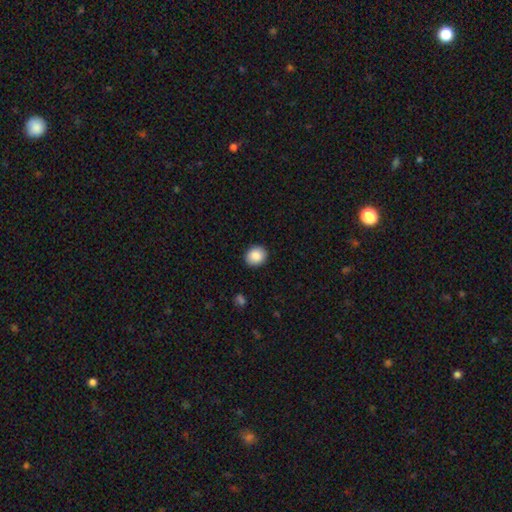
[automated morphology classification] Smooth or featured?
  - smooth: 87% *
  - star or artifact: 8%
  - featured or disk: 4%
How rounded?
  - round: 73% *
  - in between: 26%
  - cigar-shaped: 1%
Merging?
  - none: 91% *
  - minor disturbance: 6%
  - major disturbance: 2%
  - merger: 1%